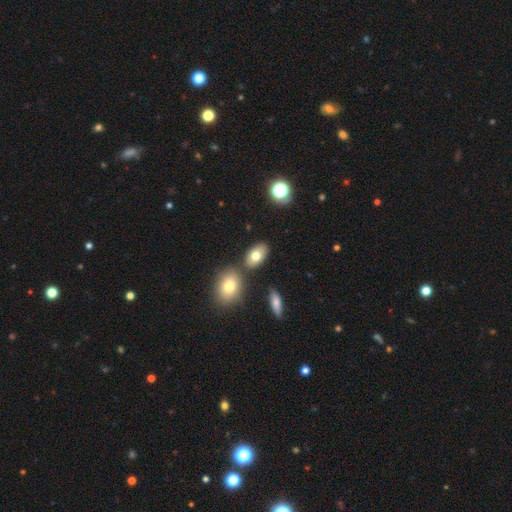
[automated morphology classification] Smooth or featured?
  - smooth: 75% *
  - featured or disk: 16%
  - star or artifact: 9%
How rounded?
  - in between: 90% *
  - round: 8%
  - cigar-shaped: 2%
Merging?
  - none: 77% *
  - minor disturbance: 11%
  - merger: 9%
  - major disturbance: 3%